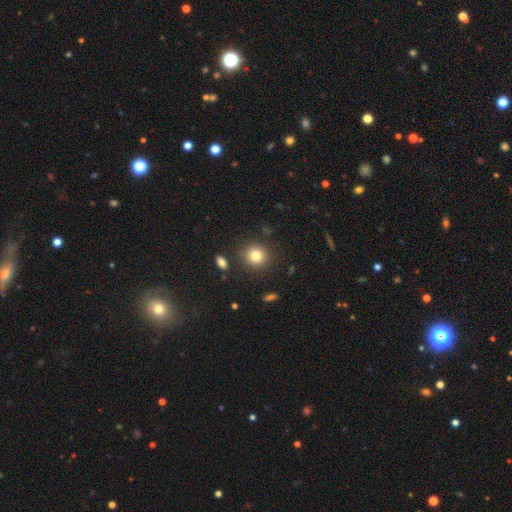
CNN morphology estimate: Smooth or featured: smooth — 81% (star or artifact — 12%)
How rounded: round — 88% (in between — 10%)
Merging: none — 87% (minor disturbance — 8%)